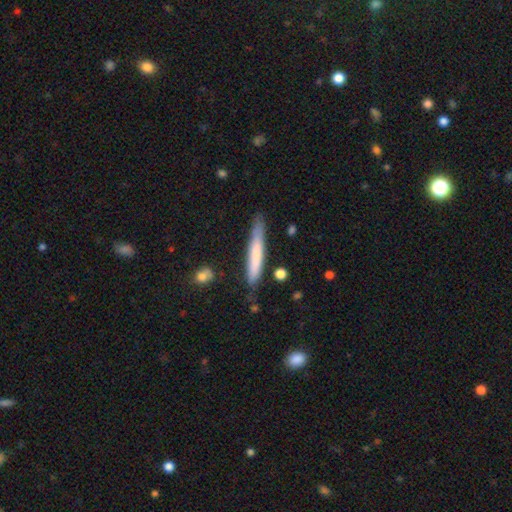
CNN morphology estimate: This appears to be a smooth galaxy with no disk features (68%) that is cigar-shaped (94%). Merging: none (77%).